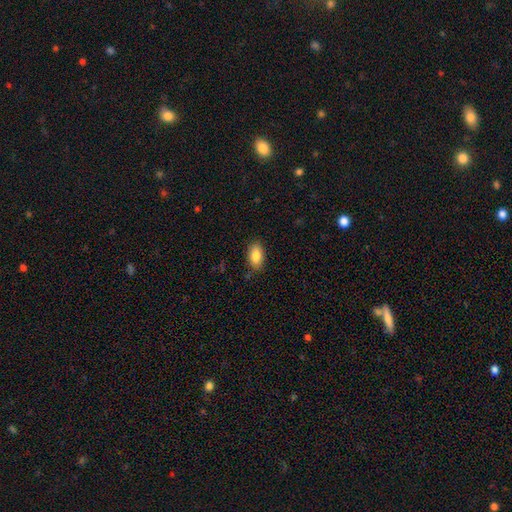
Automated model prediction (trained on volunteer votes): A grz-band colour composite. It shows a smooth galaxy with no disk features (86%) that is in between round and cigar-shaped (93%). Merging: none (84%).